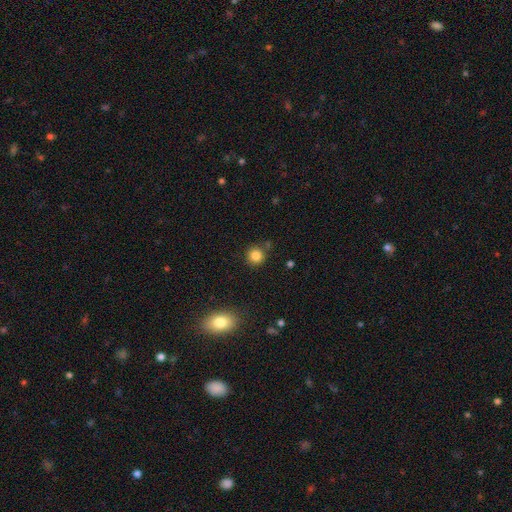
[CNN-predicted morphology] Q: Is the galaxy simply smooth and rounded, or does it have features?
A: smooth — 84%.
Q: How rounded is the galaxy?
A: round — 93%.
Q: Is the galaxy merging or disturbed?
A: none — 85%.